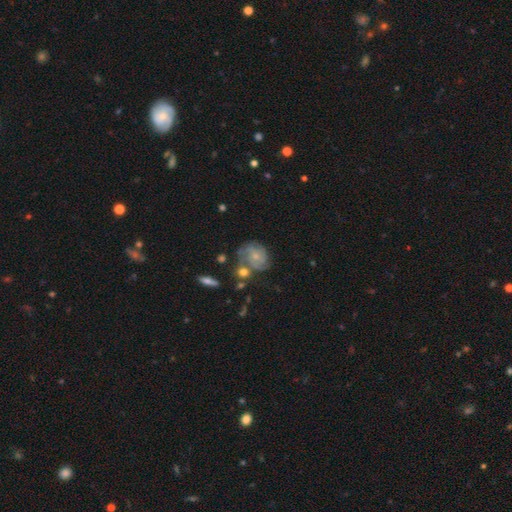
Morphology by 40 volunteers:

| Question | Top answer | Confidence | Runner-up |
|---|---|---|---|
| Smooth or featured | featured or disk | 75% | smooth (20%) |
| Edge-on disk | no | 100% | — |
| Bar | no | 83% | weak (17%) |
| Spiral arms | yes | 83% | no (17%) |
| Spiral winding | medium | 56% | tight (40%) |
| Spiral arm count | can't tell | 36% | 2 (32%) |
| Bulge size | small | 83% | moderate (10%) |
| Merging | none | 66% | minor disturbance (18%) |